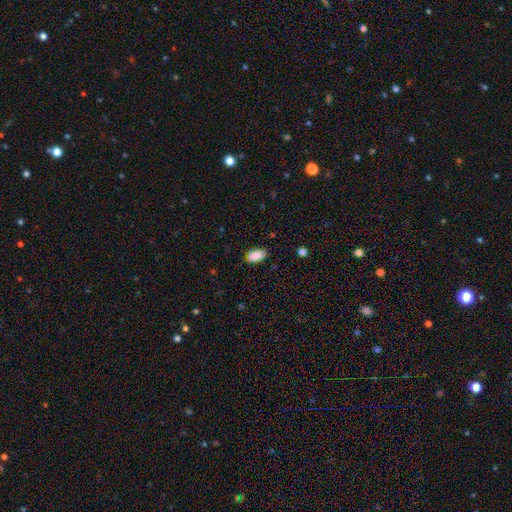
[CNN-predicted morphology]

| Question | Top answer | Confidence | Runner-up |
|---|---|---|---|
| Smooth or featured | smooth | 89% | star or artifact (7%) |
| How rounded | in between | 93% | round (3%) |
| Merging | none | 84% | minor disturbance (13%) |